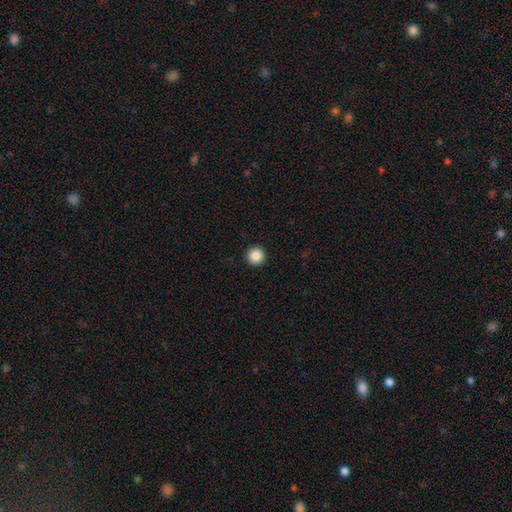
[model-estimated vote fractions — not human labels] This is clearly a smooth galaxy (88%). How rounded: clearly round (96%). Merging: clearly none (94%).